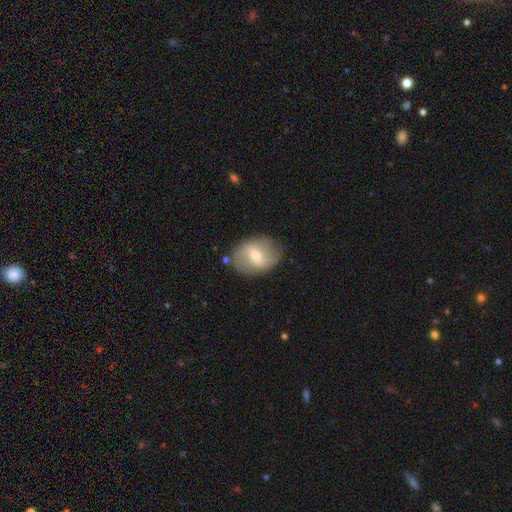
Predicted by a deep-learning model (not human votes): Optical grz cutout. It shows a featured or disk galaxy (52%). Merging: none (78%).